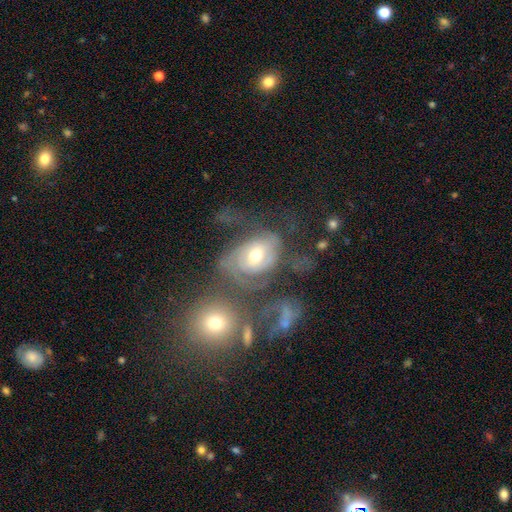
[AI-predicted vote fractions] smooth-or-featured: featured or disk: 70% | smooth: 22% | star or artifact: 9%
  disk-edge-on: no: 96% | yes: 4%
    bar: no: 68% | weak: 24% | strong: 8%
    has-spiral-arms: yes: 78% | no: 22%
      spiral-winding: tight: 47% | medium: 34% | loose: 19%
      spiral-arm-count: 2: 36% (tied) | can't tell: 36% (tied) | 3: 12% | 1: 9% | 4: 4% | more than 4: 3%
    bulge-size: moderate: 67% | small: 26% | large: 5% | none: 1% | dominant: 1%
  merging: major disturbance: 34% | merger: 26% | none: 24% | minor disturbance: 15%